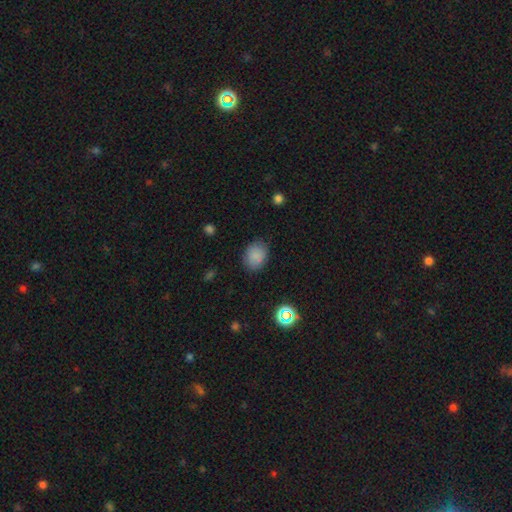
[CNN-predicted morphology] type=smooth (83%); roundness=in between (58%); merging=none (81%).